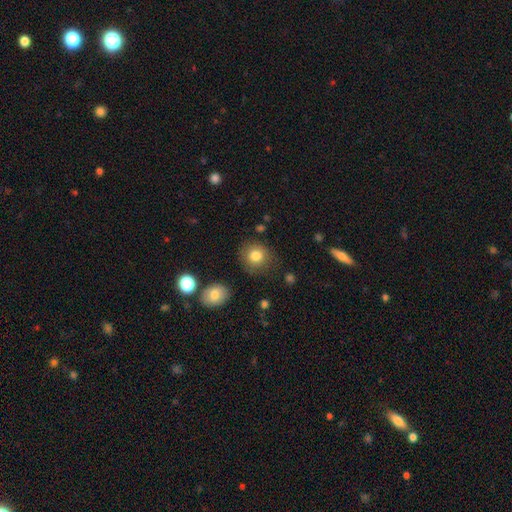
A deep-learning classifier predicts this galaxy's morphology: Smooth or featured? smooth (81%)
How rounded? round (87%)
Merging? none (81%)